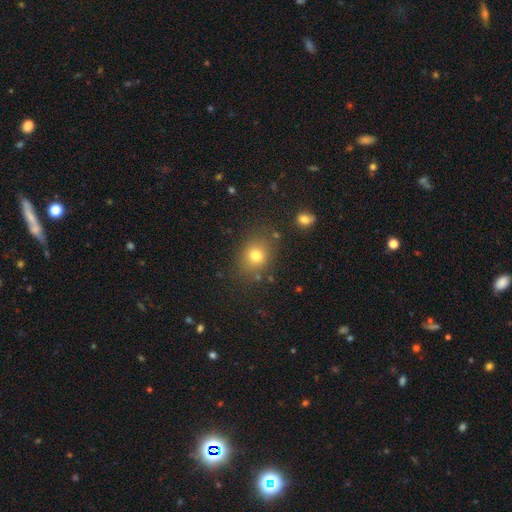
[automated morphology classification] type=smooth (76%); roundness=round (57%); merging=none (78%).